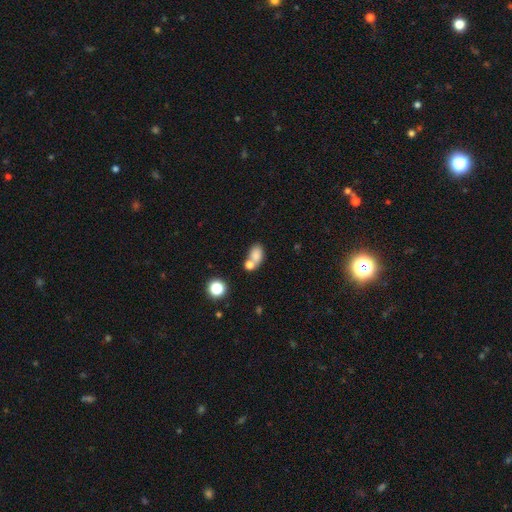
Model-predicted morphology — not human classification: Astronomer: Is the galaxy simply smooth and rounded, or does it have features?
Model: smooth — 79%.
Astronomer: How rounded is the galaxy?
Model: in between — 79%.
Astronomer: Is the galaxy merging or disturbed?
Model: merger — 44% (runner-up: none, 41%).